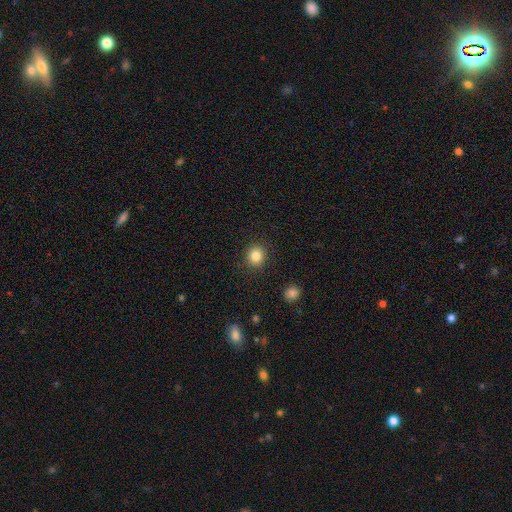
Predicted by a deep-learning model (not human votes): A smooth galaxy with no disk features (85%) that is round (83%).

Vote fractions:
- Smooth or featured? smooth: 85% / star or artifact: 10% / featured or disk: 5%
- How rounded? round: 83% / in between: 16% / cigar-shaped: 1%
- Merging? none: 90% / minor disturbance: 6% / major disturbance: 2% / merger: 1%